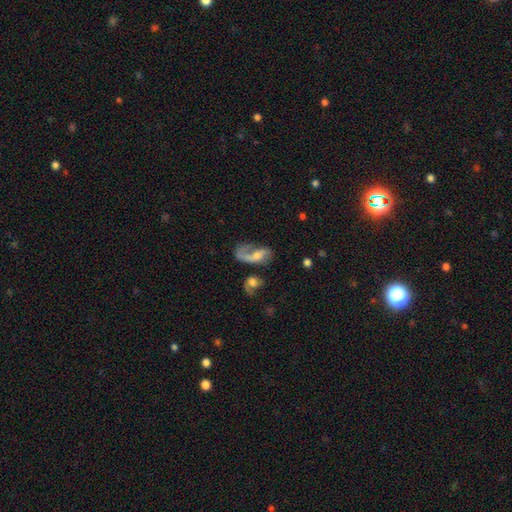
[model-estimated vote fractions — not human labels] A featured or disk galaxy (60%) with no bar (56%), spiral arms (75%) and a small central bulge (39%). Merging: major disturbance (38%).